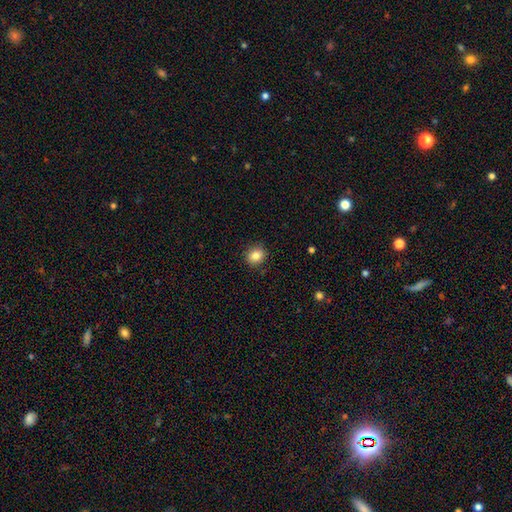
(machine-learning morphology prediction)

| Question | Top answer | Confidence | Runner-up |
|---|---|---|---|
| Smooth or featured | smooth | 84% | star or artifact (10%) |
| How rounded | round | 73% | in between (26%) |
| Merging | none | 89% | minor disturbance (8%) |